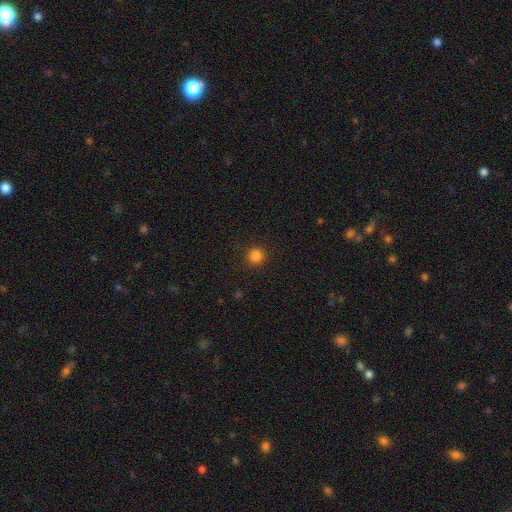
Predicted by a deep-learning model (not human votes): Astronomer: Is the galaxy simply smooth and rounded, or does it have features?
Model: smooth — 84%.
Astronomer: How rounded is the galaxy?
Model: round — 94%.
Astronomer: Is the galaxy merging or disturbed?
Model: none — 91%.